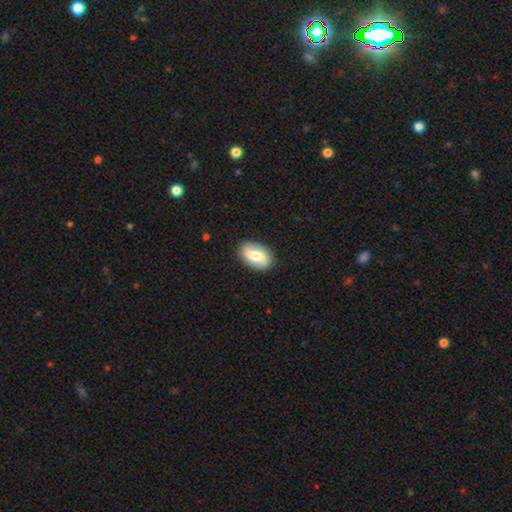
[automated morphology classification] Overall: featured or disk (57%; smooth 37%). Edge-on disk: no (95%). Bar: weak (45%; no 34%). Spiral arms: yes (85%). Bulge size: moderate (62%). Merging: none (86%).